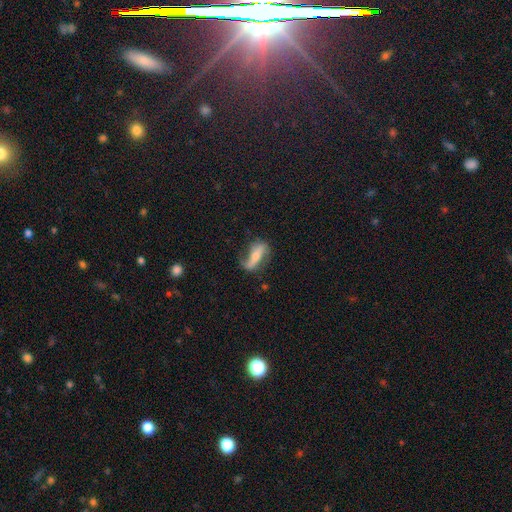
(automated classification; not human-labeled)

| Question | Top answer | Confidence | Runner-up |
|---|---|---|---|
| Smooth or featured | featured or disk | 62% | smooth (31%) |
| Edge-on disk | no | 81% | yes (19%) |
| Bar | strong | 44% | no (31%) |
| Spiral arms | yes | 83% | no (17%) |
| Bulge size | small | 41% | moderate (40%) |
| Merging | none | 57% | minor disturbance (25%) |